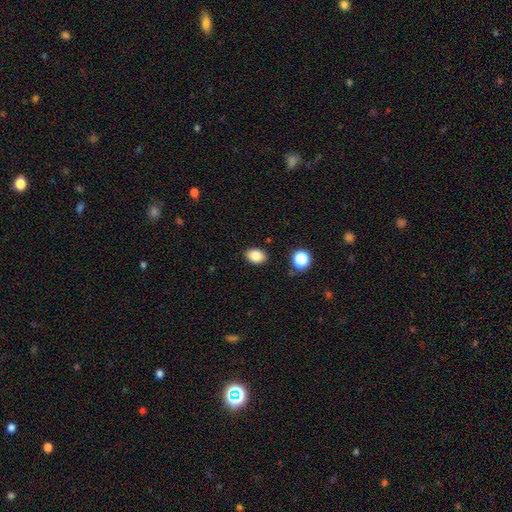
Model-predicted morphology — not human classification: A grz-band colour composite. It shows a smooth galaxy with no disk features (84%) that is in between round and cigar-shaped (77%). Merging: none (86%).